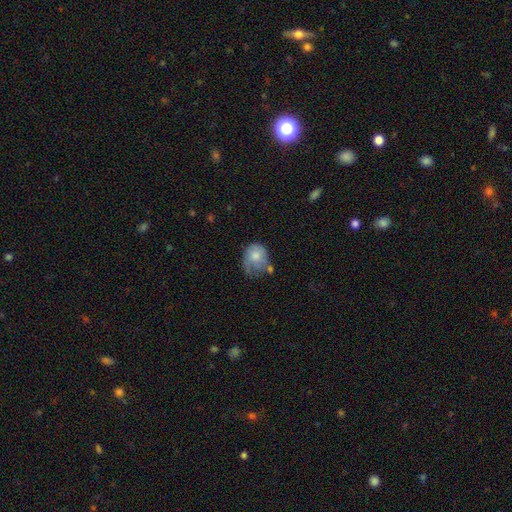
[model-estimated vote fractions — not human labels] Smooth or featured? smooth (66%)
How rounded? round (54%)
Merging? minor disturbance (36%)